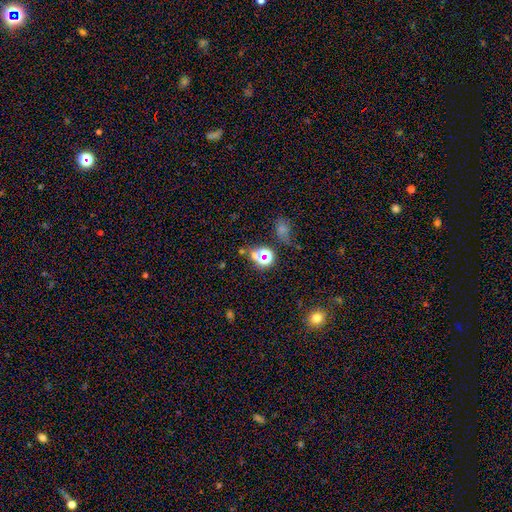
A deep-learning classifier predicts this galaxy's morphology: star or artifact 58%, smooth 33%, featured or disk 9%.